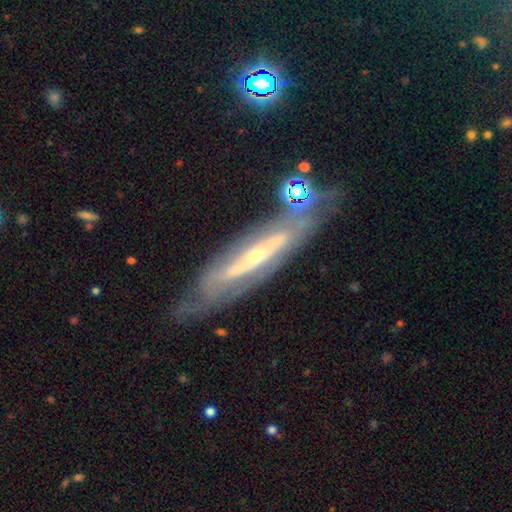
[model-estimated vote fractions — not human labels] Smooth or featured: featured or disk — 79% (smooth — 14%)
Edge-on disk: no — 65% (yes — 35%)
Bar: no — 44% (strong — 32%)
Spiral arms: yes — 66% (no — 34%)
Bulge size: small — 69% (moderate — 27%)
Merging: none — 69% (minor disturbance — 18%)